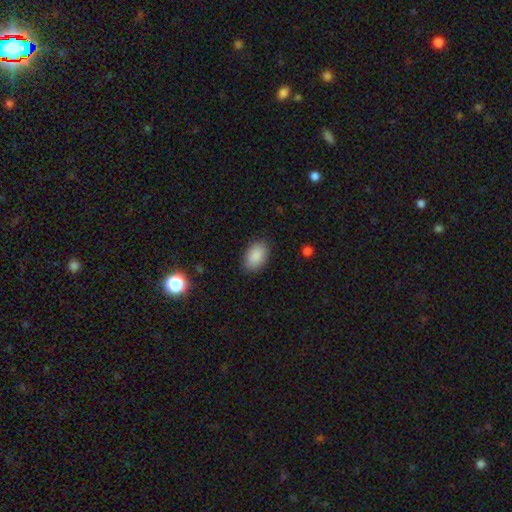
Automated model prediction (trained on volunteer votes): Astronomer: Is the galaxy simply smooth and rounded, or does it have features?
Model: smooth — 89%.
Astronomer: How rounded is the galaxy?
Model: in between — 90%.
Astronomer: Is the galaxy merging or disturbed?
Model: none — 86%.